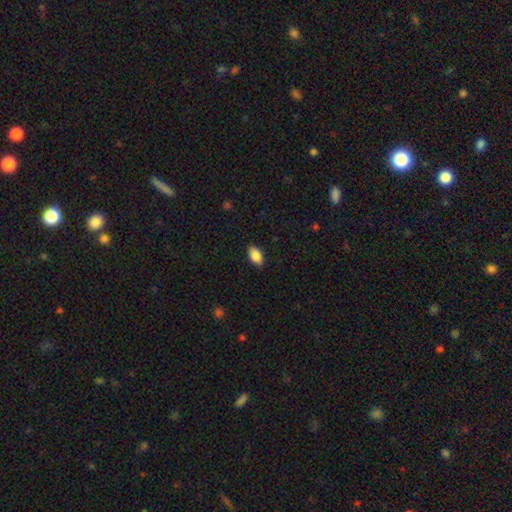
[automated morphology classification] A smooth galaxy with no disk features (86%) that is in between round and cigar-shaped (92%). Merging: none (88%).